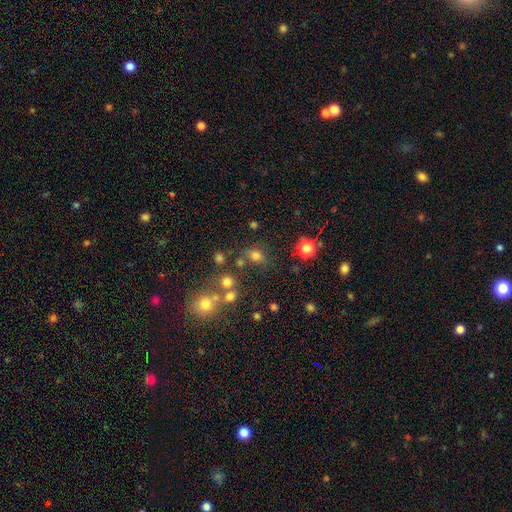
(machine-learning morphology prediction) smooth 74%, star or artifact 18%, featured or disk 8%. Down the decision tree: how rounded — round (55%); merging — none (65%).